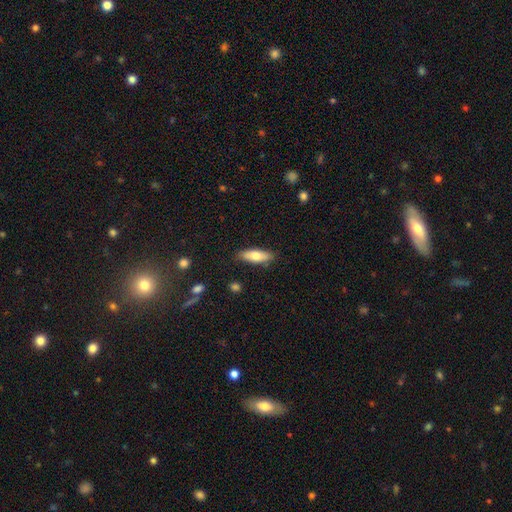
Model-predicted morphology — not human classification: This is likely a smooth galaxy (73%). How rounded: possibly in between (60%). Merging: clearly none (84%).